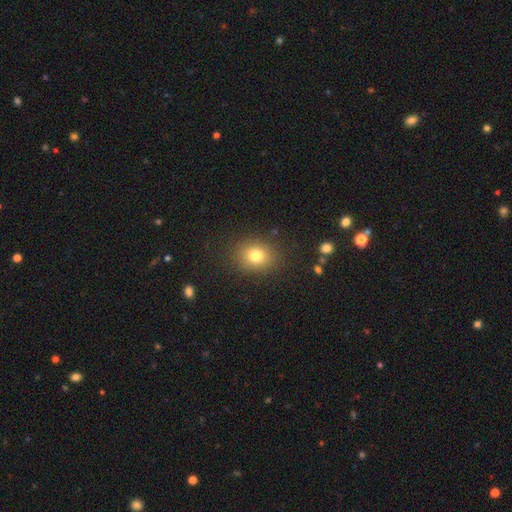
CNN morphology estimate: Overall: smooth (78%). How rounded: round (62%; in between 37%). Merging: none (86%).